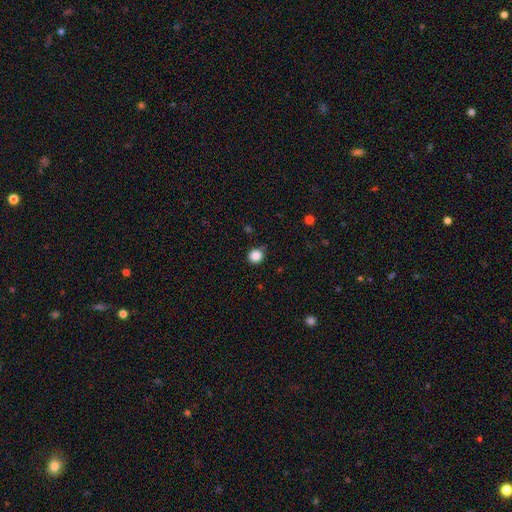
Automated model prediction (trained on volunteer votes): Smooth or featured? Predicted: smooth (p=0.86). How rounded? Predicted: round (p=0.92). Merging? Predicted: none (p=0.85).